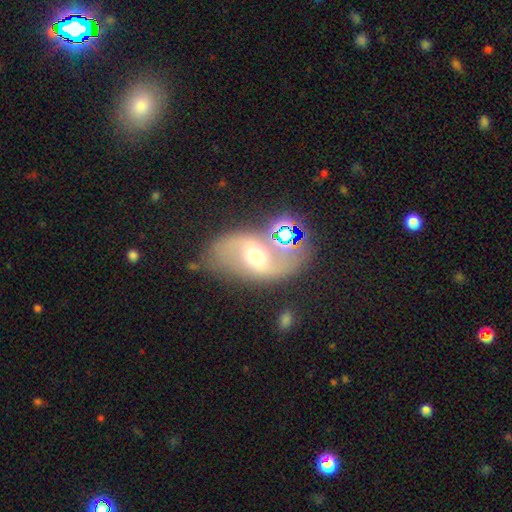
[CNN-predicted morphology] smooth_or_featured: featured or disk (p=0.69) [alt: smooth p=0.19]
disk_edge_on: no (p=0.95) [alt: yes p=0.05]
bar: weak (p=0.42) [alt: no p=0.35]
has_spiral_arms: yes (p=0.83) [alt: no p=0.17]
spiral_winding: loose (p=0.61) [alt: medium p=0.31]
spiral_arm_count: 2 (p=0.88) [alt: can't tell p=0.05]
bulge_size: moderate (p=0.67) [alt: small p=0.20]
merging: none (p=0.61) [alt: minor disturbance p=0.18]